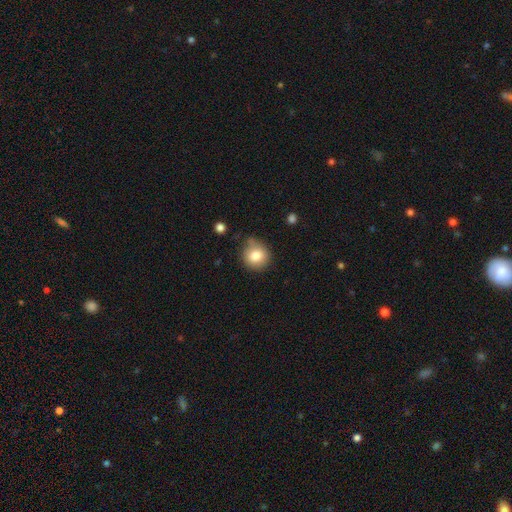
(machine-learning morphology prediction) Smooth or featured: smooth — 81% (star or artifact — 10%)
How rounded: round — 87% (in between — 12%)
Merging: none — 67% (minor disturbance — 23%)